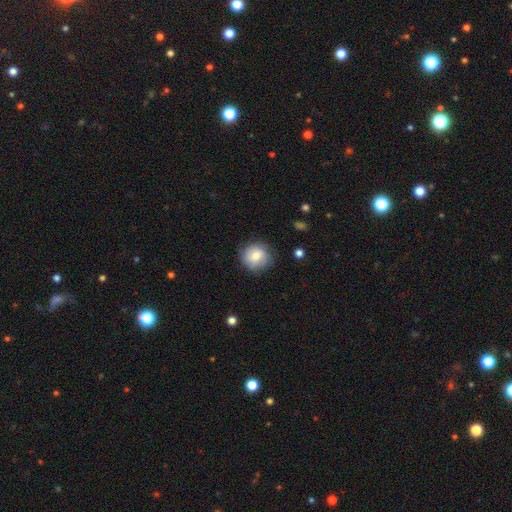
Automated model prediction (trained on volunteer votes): This appears to be a smooth galaxy with no disk features (65%) that is round (89%). Merging: none (77%).